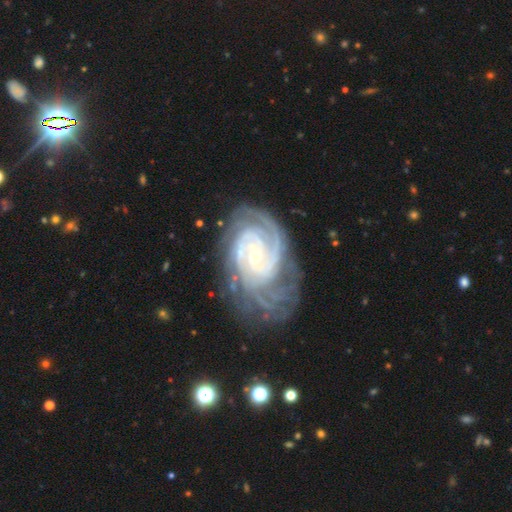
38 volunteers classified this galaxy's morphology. Overall: featured or disk (89%). Edge-on disk: no (100%). Bar: no (59%; weak 26%). Spiral arms: yes (100%). Spiral arm count: more than 4 (29%; can't tell 26%). Spiral winding: tight (53%; medium 44%). Bulge size: small (79%). Merging: none (46%; minor disturbance 29%).